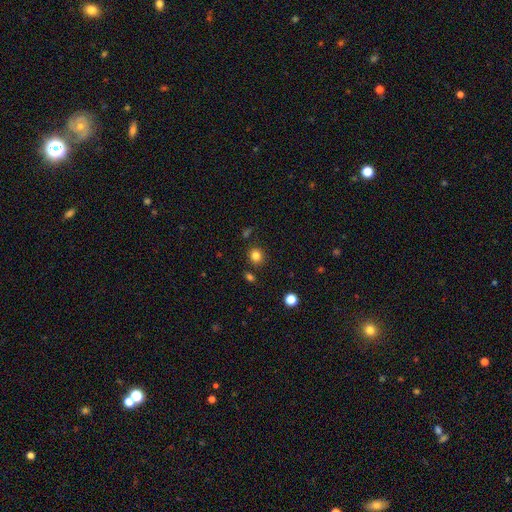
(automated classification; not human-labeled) Morphology: type=smooth (82%); roundness=round (84%); merging=none (84%).